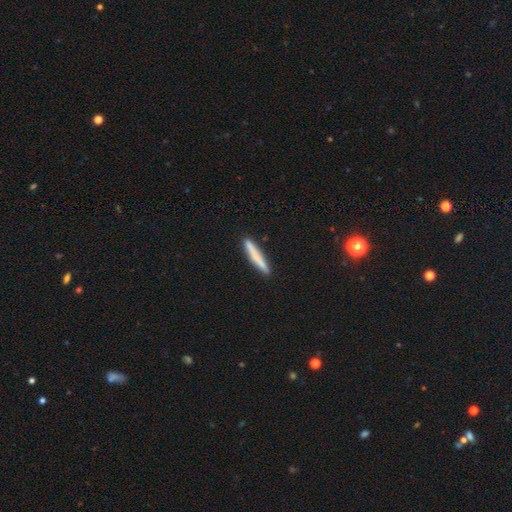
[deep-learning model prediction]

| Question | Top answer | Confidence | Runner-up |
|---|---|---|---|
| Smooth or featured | smooth | 74% | featured or disk (20%) |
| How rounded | cigar-shaped | 95% | in between (4%) |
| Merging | none | 90% | minor disturbance (7%) |